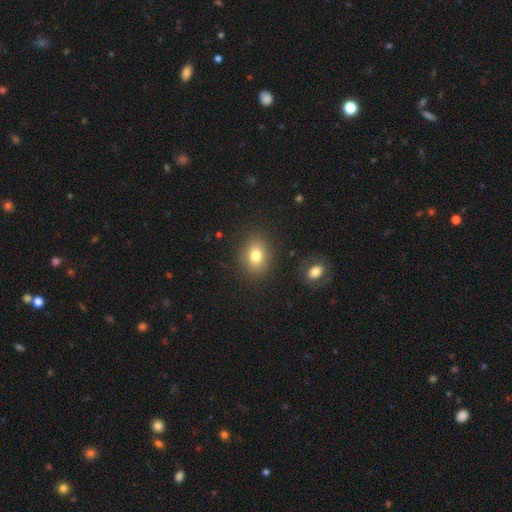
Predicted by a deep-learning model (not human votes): A smooth galaxy with no disk features (78%) that is in between round and cigar-shaped (58%).

Vote fractions:
- Smooth or featured? smooth: 78% / star or artifact: 11% / featured or disk: 10%
- How rounded? in between: 58% / round: 41% / cigar-shaped: 1%
- Merging? none: 86% / minor disturbance: 9% / major disturbance: 3% / merger: 2%